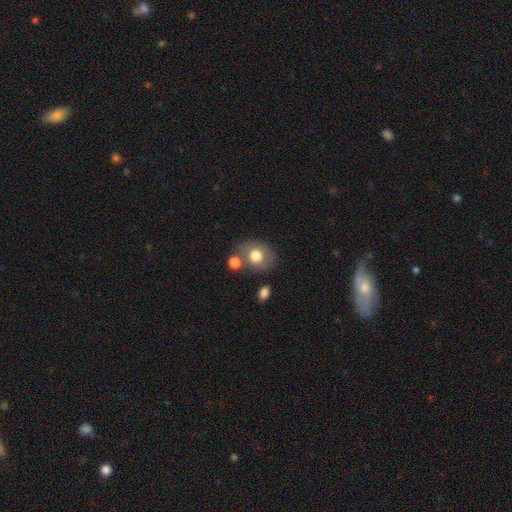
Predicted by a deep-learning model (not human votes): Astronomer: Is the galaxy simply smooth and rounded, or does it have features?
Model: smooth — 73%.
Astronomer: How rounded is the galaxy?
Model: round — 64%.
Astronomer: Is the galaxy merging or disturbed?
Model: none — 66%.